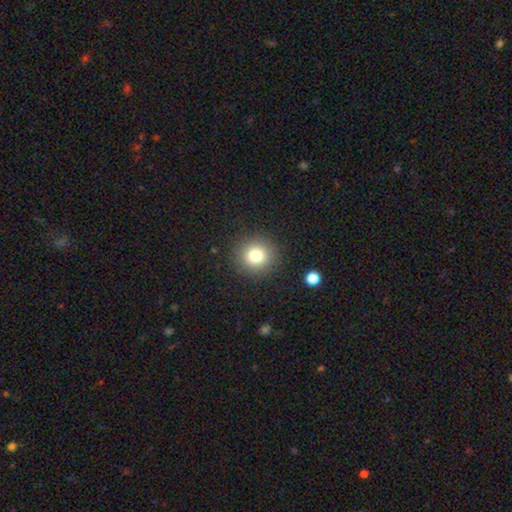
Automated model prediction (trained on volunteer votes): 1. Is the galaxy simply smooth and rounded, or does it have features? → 78% smooth, 13% star or artifact, 9% featured or disk.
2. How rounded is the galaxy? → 93% round, 6% in between, 1% cigar-shaped.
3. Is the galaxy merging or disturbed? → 89% none, 7% minor disturbance, 3% major disturbance, 1% merger.